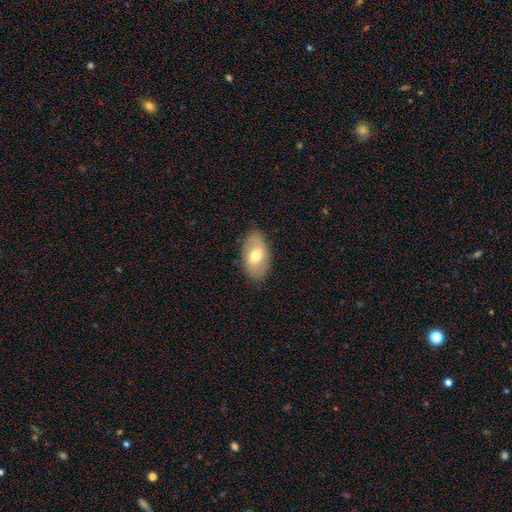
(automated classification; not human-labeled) The model was most divided on "smooth or featured": smooth: 57%, featured or disk: 36%, star or artifact: 6%. More confident: how rounded — in between (91%); merging — none (84%).